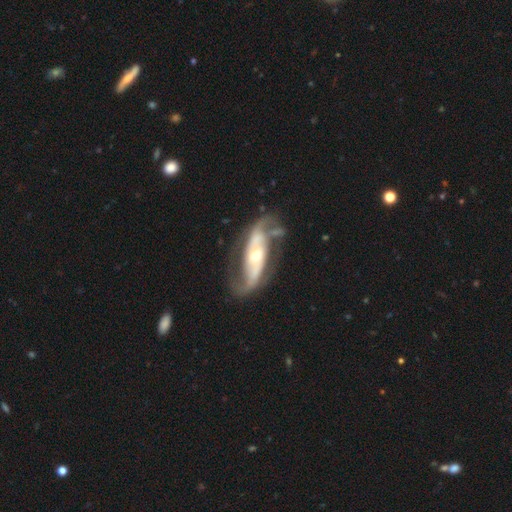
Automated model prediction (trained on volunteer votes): This is clearly a featured or disk galaxy (87%). It is clearly not viewed edge-on (92%). Bar: marginally no (40%). Spiral arm pattern: clearly yes (93%). Spiral arm count: clearly 2 (89%). Spiral winding: marginally medium (41%, tied with loose). Central bulge: possibly moderate (53%). Merging: likely none (64%).